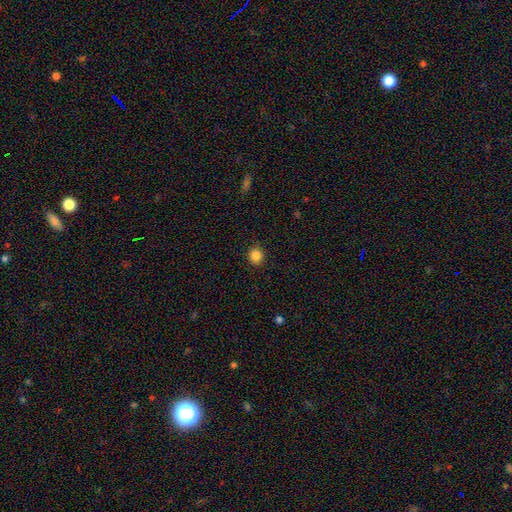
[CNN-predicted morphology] Smooth or featured? smooth (86%)
How rounded? round (87%)
Merging? none (90%)